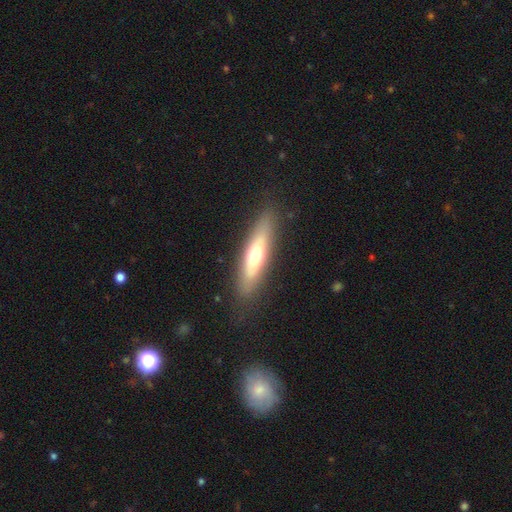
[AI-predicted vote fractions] Smooth or featured?
  - smooth: 51% *
  - featured or disk: 42%
  - star or artifact: 6%
How rounded?
  - cigar-shaped: 69% *
  - in between: 29%
  - round: 2%
Merging?
  - none: 85% *
  - minor disturbance: 10%
  - major disturbance: 3%
  - merger: 1%